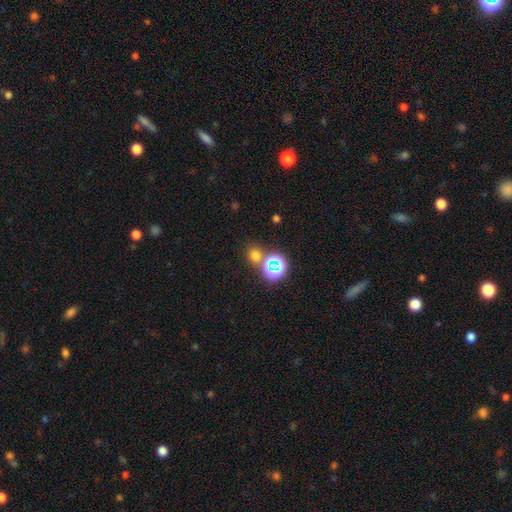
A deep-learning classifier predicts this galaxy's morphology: smooth-or-featured: smooth: 63% | star or artifact: 31% | featured or disk: 7%
  how-rounded: round: 81% | in between: 18% | cigar-shaped: 1%
  merging: none: 71% | merger: 18% | minor disturbance: 8% | major disturbance: 4%